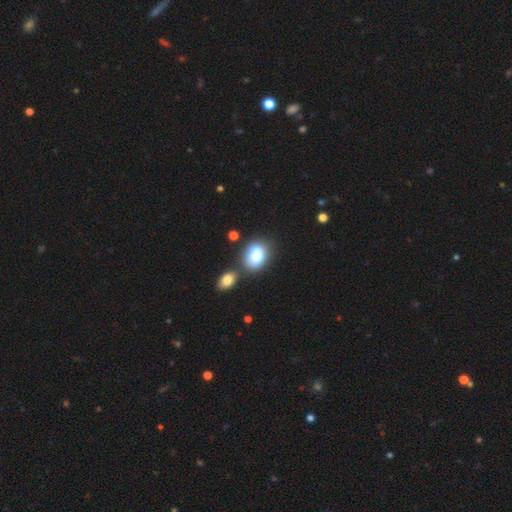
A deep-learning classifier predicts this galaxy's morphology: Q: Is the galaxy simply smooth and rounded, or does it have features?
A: smooth — 79%.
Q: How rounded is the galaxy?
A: in between — 71%.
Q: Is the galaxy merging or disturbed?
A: none — 56%.